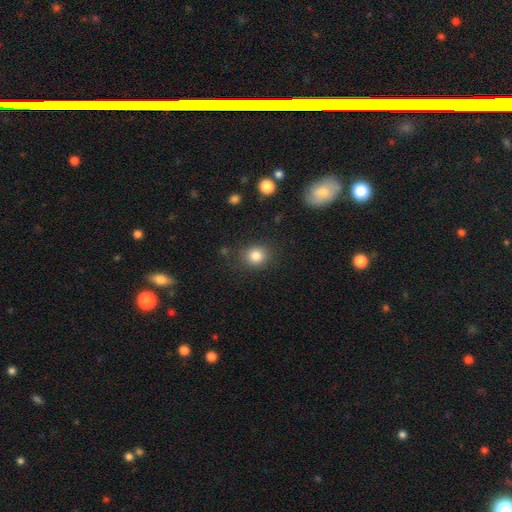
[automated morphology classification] Q: Smooth or featured?
A: smooth (84%); runner-up: star or artifact (11%)
Q: How rounded?
A: round (78%); runner-up: in between (21%)
Q: Merging?
A: none (84%); runner-up: minor disturbance (10%)